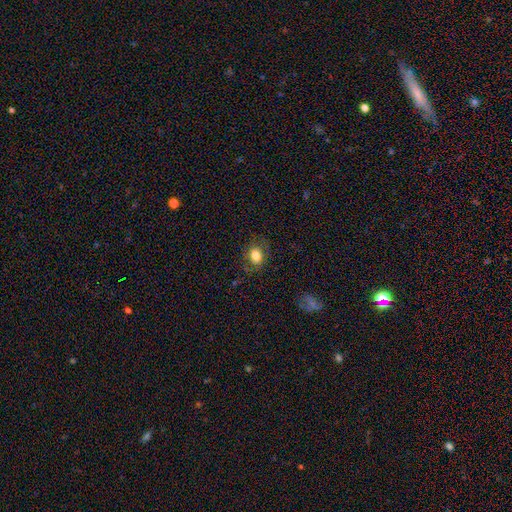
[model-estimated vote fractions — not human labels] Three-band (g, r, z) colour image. It shows a smooth galaxy with no disk features (79%) that is in between round and cigar-shaped (57%). Merging: none (76%).